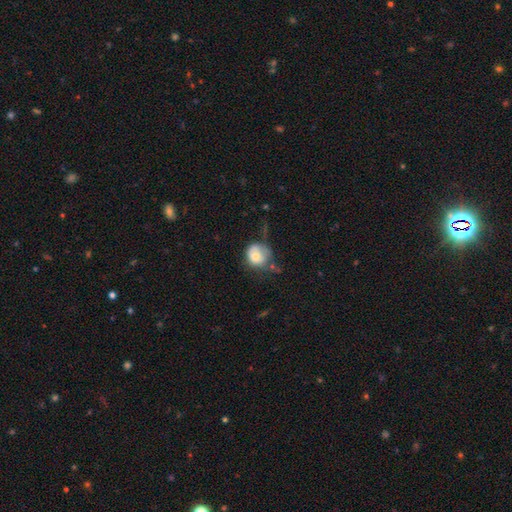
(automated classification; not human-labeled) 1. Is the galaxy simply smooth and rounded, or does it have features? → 70% smooth, 22% featured or disk, 8% star or artifact.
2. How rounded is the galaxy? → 72% round, 27% in between, 1% cigar-shaped.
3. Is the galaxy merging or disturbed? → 33% none (tied), 33% minor disturbance (tied), 24% major disturbance, 10% merger.